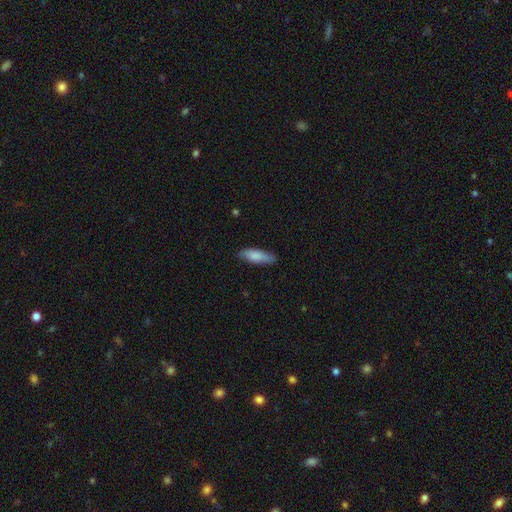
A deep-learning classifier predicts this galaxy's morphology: Smooth or featured? smooth (81%)
How rounded? cigar-shaped (51%)
Merging? none (82%)